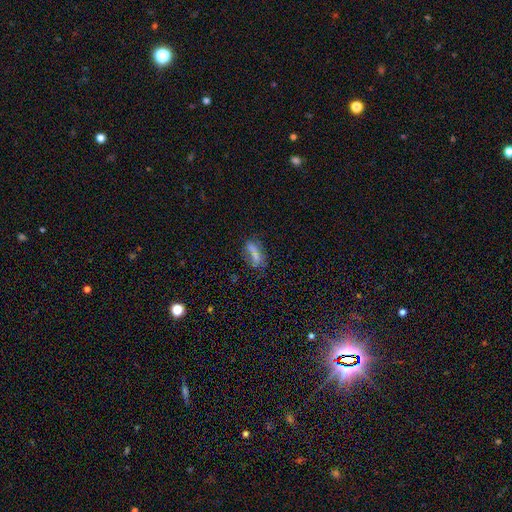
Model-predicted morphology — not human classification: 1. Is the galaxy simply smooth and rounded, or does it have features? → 53% smooth, 24% featured or disk, 23% star or artifact.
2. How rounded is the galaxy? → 60% in between, 30% cigar-shaped, 10% round.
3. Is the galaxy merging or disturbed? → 57% none, 21% minor disturbance, 13% major disturbance, 9% merger.